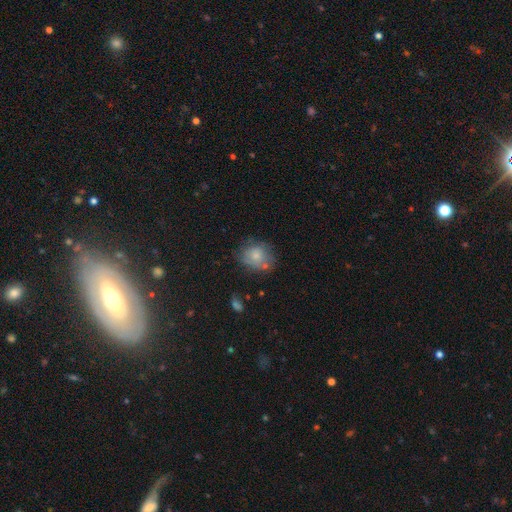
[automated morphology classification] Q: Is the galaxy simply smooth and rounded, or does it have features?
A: smooth — 73%.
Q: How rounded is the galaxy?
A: round — 68%.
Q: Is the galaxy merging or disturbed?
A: none — 59%.